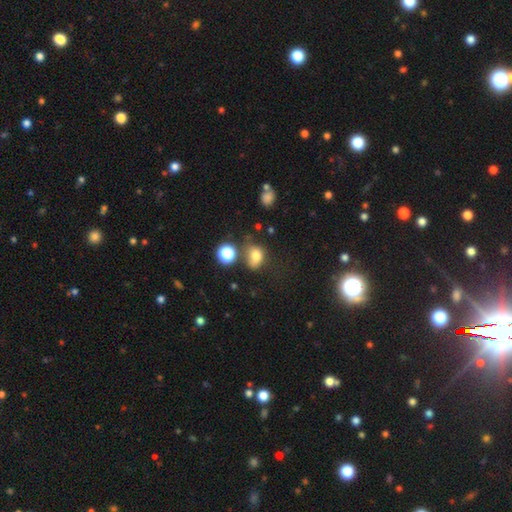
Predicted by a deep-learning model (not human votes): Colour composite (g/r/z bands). It shows a smooth galaxy with no disk features (75%) that is in between round and cigar-shaped (62%). Merging: none (46%).